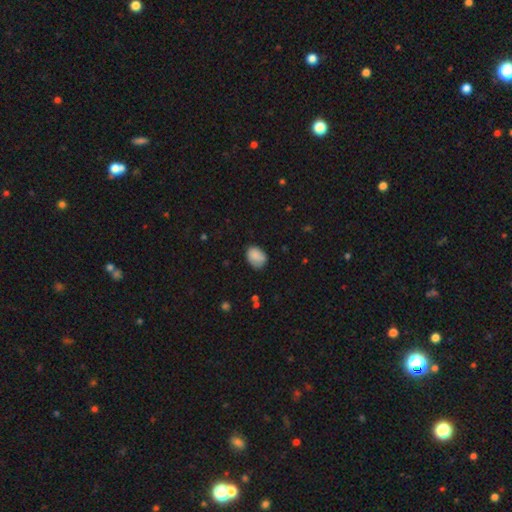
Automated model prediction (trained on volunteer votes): Overall: smooth (82%). How rounded: in between (70%). Merging: none (68%).